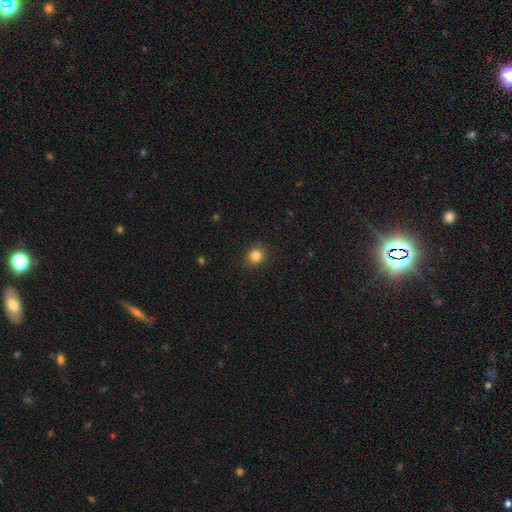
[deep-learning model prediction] Smooth or featured: smooth — 84% (star or artifact — 11%)
How rounded: round — 84% (in between — 15%)
Merging: none — 89% (minor disturbance — 8%)